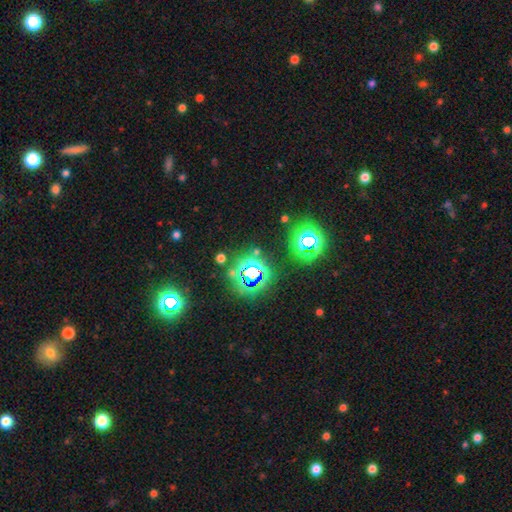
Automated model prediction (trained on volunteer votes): Q: Smooth or featured?
A: star or artifact (78%); runner-up: smooth (14%)